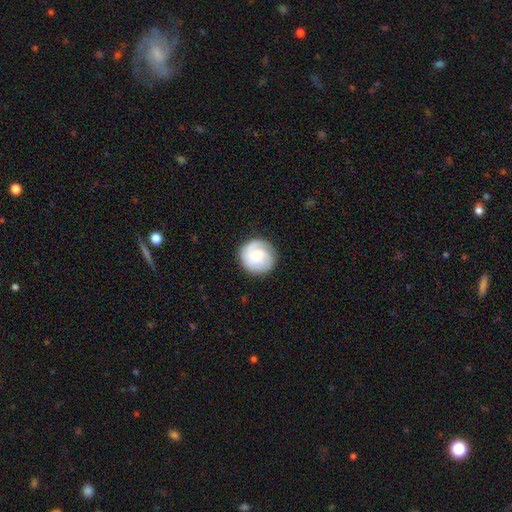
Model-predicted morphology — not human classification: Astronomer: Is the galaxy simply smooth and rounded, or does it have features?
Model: featured or disk — 56% (runner-up: smooth, 37%).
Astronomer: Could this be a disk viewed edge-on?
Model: no — 98%.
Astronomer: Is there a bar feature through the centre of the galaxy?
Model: no — 67%.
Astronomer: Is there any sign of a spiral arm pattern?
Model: yes — 93%.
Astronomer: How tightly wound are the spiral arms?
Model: tight — 59%.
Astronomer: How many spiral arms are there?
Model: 2 — 29% (runner-up: 1, 23%).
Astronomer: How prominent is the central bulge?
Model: small — 38% (runner-up: moderate, 33%).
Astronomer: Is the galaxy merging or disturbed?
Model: none — 84%.